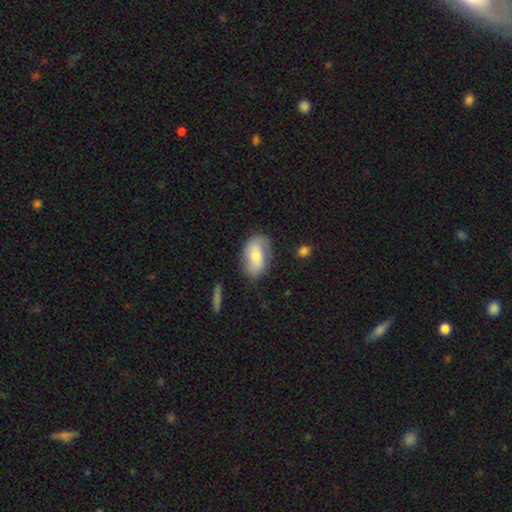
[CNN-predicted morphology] smooth_or_featured: smooth (p=0.55) [alt: featured or disk p=0.38]
how_rounded: in between (p=0.88) [alt: round p=0.10]
merging: none (p=0.71) [alt: minor disturbance p=0.21]